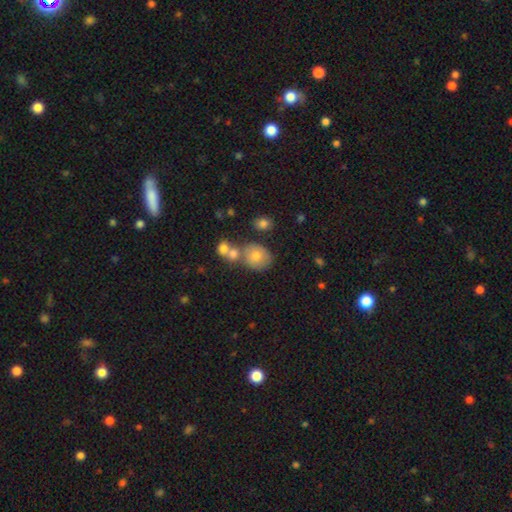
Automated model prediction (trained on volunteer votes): This appears to be a smooth galaxy with no disk features (72%) that is round (61%). Merging: none (50%).